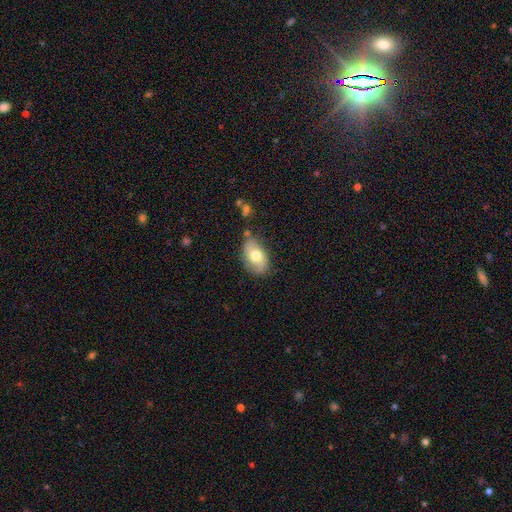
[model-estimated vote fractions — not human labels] Morphology: type=smooth (69%); roundness=in between (90%); merging=none (69%).